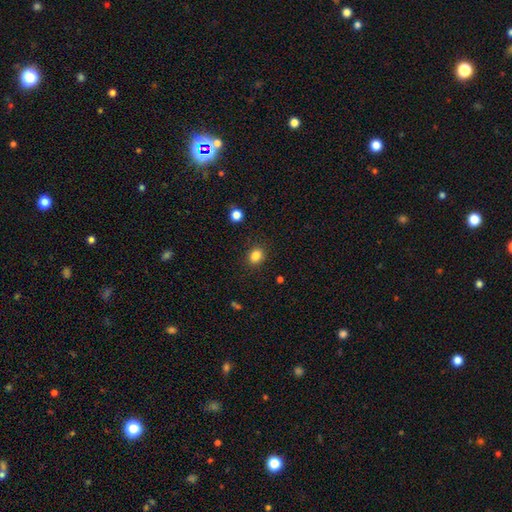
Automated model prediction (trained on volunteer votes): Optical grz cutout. It shows a smooth galaxy with no disk features (84%) that is round (61%). Merging: none (88%).